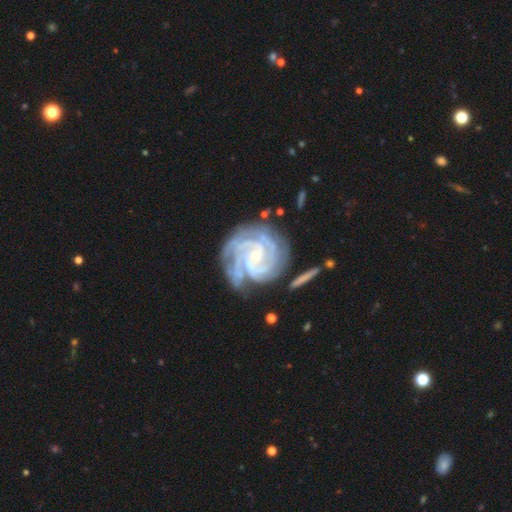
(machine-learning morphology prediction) Smooth or featured? featured or disk (92%)
Edge-on disk? no (98%)
Bar? no (63%)
Spiral arms? yes (99%)
Spiral winding? tight (80%)
Spiral arm count? 4 (33%)
Bulge size? small (78%)
Merging? none (70%)